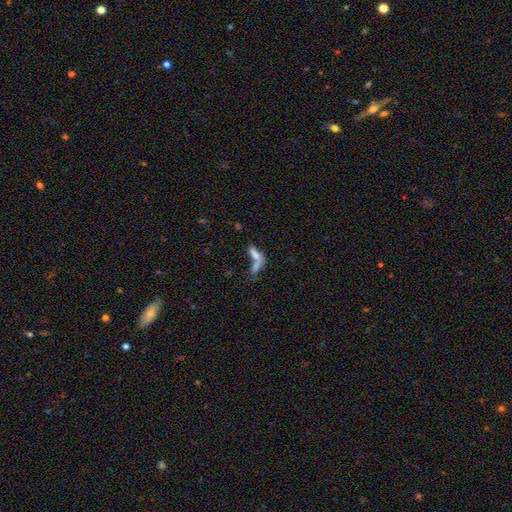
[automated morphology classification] This is likely a smooth galaxy (66%). How rounded: likely in between (62%). Merging: possibly merger (59%).